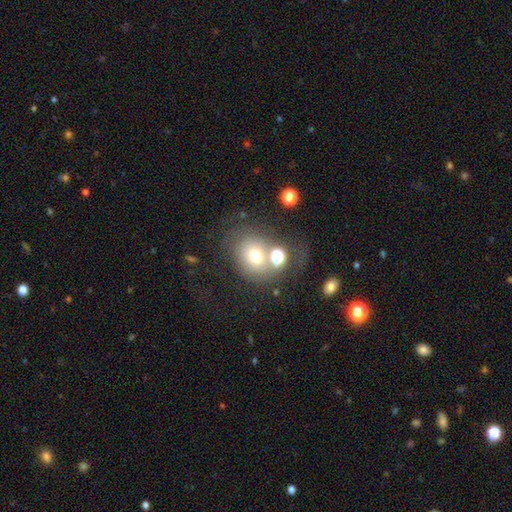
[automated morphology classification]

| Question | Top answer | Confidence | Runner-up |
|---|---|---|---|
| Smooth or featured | smooth | 65% | featured or disk (18%) |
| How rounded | round | 64% | in between (35%) |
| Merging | none | 52% | merger (21%) |